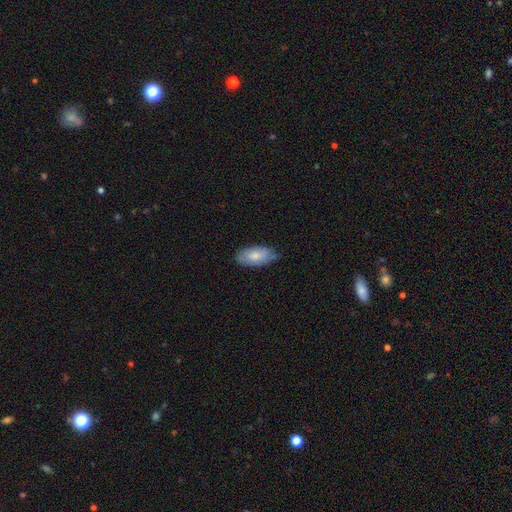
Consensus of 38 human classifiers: This appears to be a smooth galaxy with no disk features (76%) that is in between round and cigar-shaped (100%). Merging: none (69%).